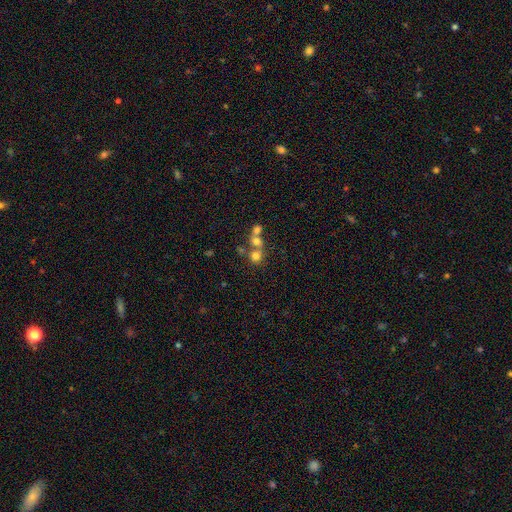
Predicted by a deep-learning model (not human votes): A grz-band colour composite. It shows a smooth galaxy with no disk features (69%) that is round (83%). Merging: merger (51%).